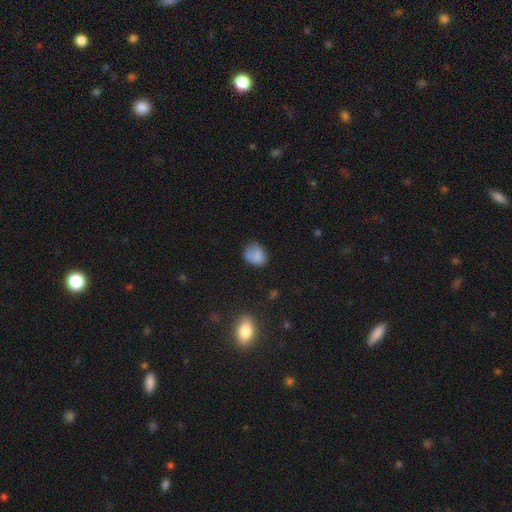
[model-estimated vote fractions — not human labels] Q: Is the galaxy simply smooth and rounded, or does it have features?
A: smooth — 81%.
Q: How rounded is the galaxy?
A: round — 59%.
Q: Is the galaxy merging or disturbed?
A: none — 62%.